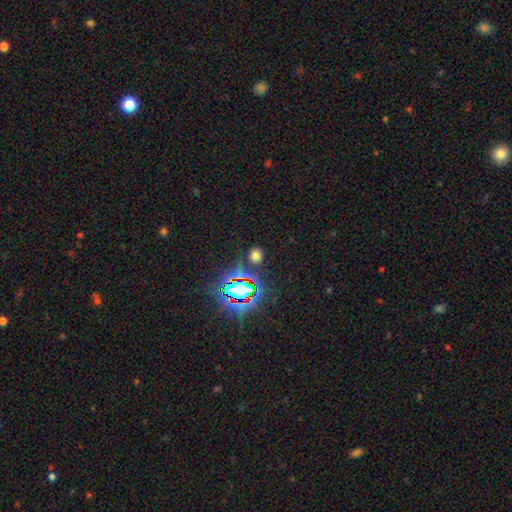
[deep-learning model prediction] A smooth galaxy with no disk features (61%) that is round (79%). Merging: none (85%).